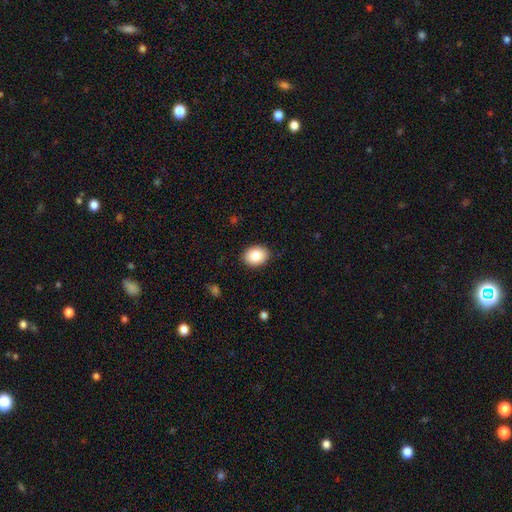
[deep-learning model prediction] Q: Smooth or featured?
A: smooth (86%); runner-up: star or artifact (8%)
Q: How rounded?
A: in between (61%); runner-up: round (38%)
Q: Merging?
A: none (89%); runner-up: minor disturbance (8%)